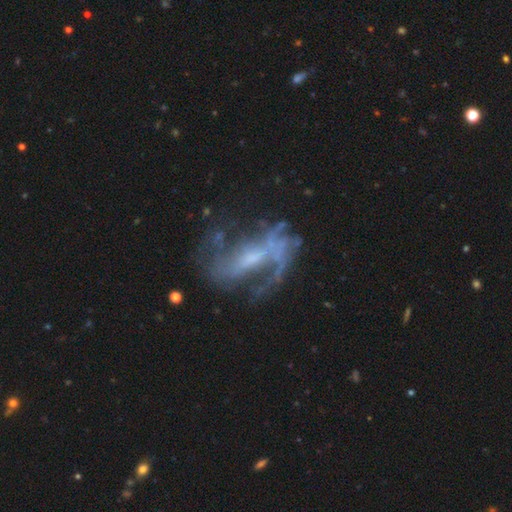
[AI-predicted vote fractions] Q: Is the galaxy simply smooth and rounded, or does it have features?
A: featured or disk — 82%.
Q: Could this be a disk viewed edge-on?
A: no — 94%.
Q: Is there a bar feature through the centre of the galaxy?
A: weak — 41%.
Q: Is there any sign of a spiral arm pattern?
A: yes — 84%.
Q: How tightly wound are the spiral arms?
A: loose — 50%.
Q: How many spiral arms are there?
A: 2 — 58%.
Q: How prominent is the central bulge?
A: small — 51%.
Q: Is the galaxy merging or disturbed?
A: none — 48%.